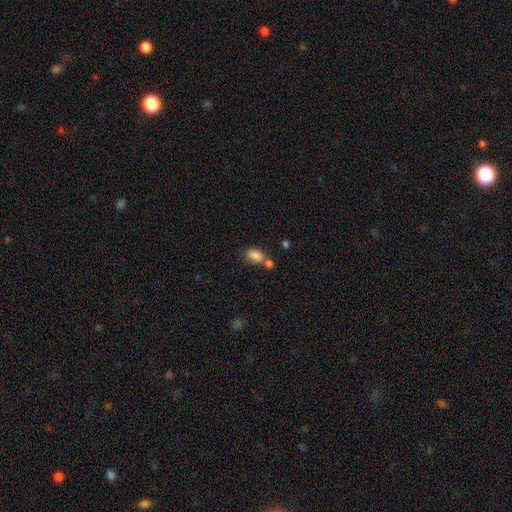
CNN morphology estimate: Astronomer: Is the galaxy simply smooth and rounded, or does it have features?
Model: smooth — 85%.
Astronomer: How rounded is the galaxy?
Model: in between — 86%.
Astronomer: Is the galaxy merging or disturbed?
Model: none — 46% (runner-up: merger, 37%).